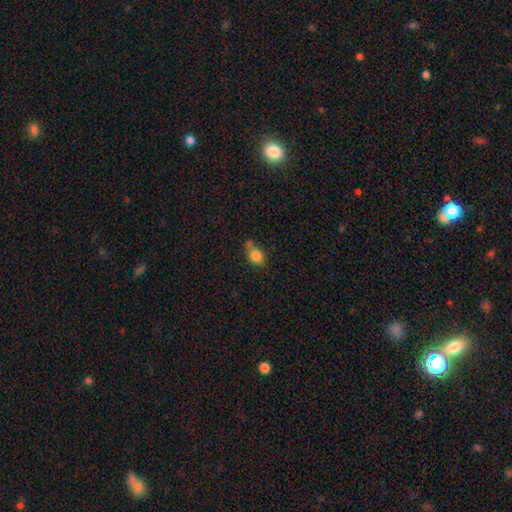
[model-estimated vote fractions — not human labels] This appears to be a smooth galaxy with no disk features (82%) that is in between round and cigar-shaped (62%). Merging: none (40%).